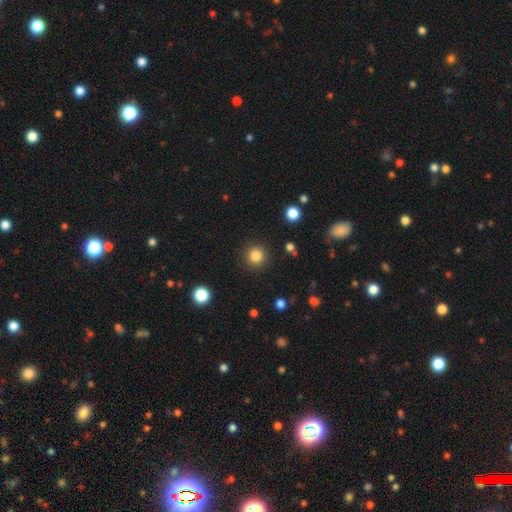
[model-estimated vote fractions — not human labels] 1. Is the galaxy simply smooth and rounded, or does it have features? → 84% smooth, 11% star or artifact, 5% featured or disk.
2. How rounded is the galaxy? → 94% round, 5% in between, 1% cigar-shaped.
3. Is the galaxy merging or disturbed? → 90% none, 6% minor disturbance, 3% major disturbance, 1% merger.